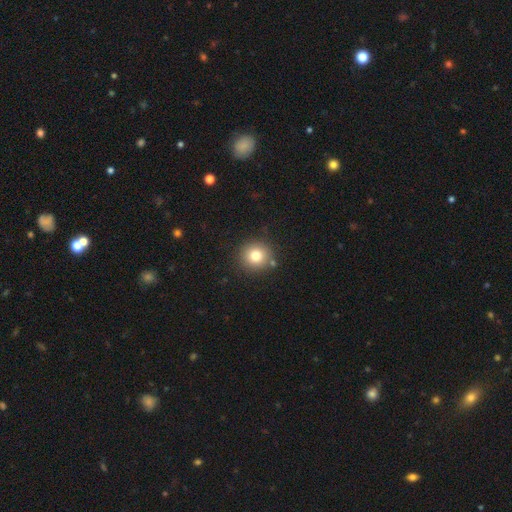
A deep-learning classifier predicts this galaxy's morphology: A smooth galaxy with no disk features (79%) that is round (92%).

Vote fractions:
- Smooth or featured? smooth: 79% / star or artifact: 12% / featured or disk: 9%
- How rounded? round: 92% / in between: 7% / cigar-shaped: 1%
- Merging? none: 86% / minor disturbance: 8% / merger: 4% / major disturbance: 3%